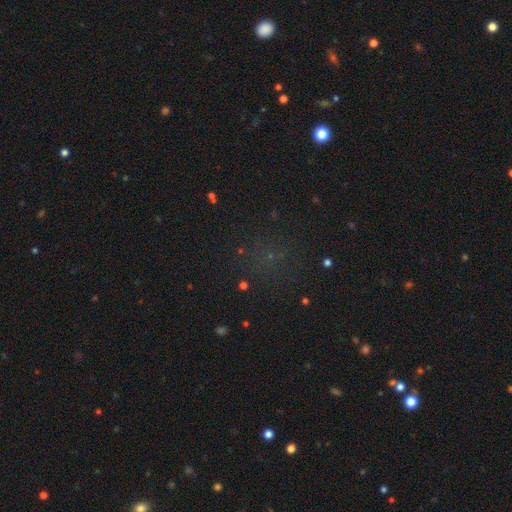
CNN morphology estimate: Q: Smooth or featured?
A: star or artifact (53%); runner-up: smooth (36%)